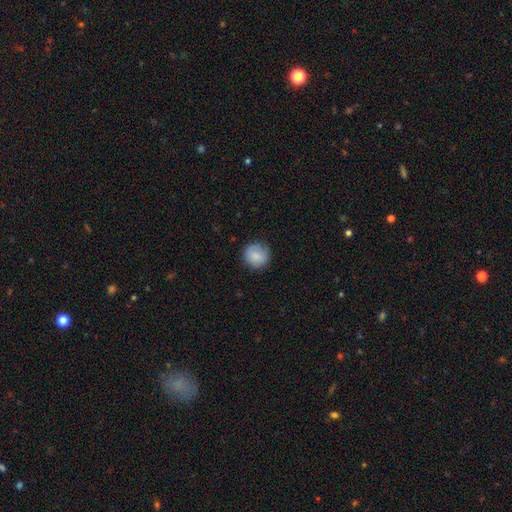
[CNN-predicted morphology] This is clearly a smooth galaxy (84%). How rounded: clearly round (92%). Merging: clearly none (82%).